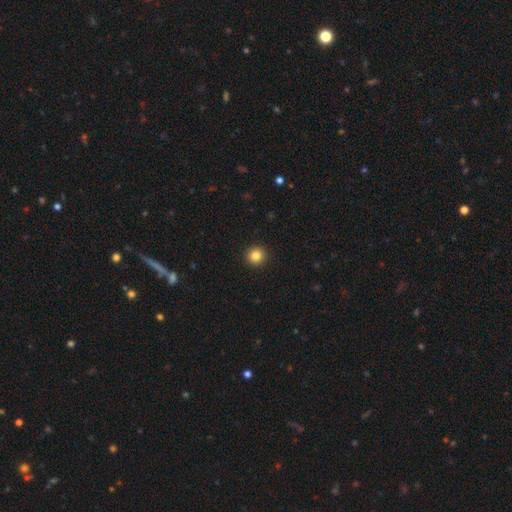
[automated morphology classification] Smooth or featured?
  - smooth: 85% *
  - star or artifact: 11%
  - featured or disk: 5%
How rounded?
  - round: 95% *
  - in between: 4%
  - cigar-shaped: 1%
Merging?
  - none: 93% *
  - minor disturbance: 4%
  - major disturbance: 2%
  - merger: 1%